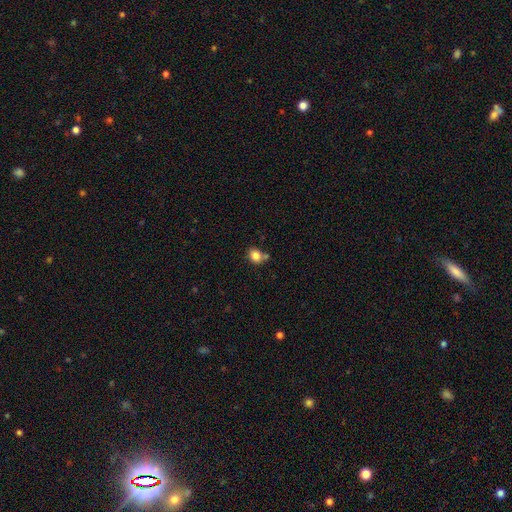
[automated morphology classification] A smooth galaxy with no disk features (83%) that is round (54%).

Vote fractions:
- Smooth or featured? smooth: 83% / star or artifact: 10% / featured or disk: 7%
- How rounded? round: 54% / in between: 45% / cigar-shaped: 1%
- Merging? none: 60% / merger: 19% / minor disturbance: 16% / major disturbance: 5%